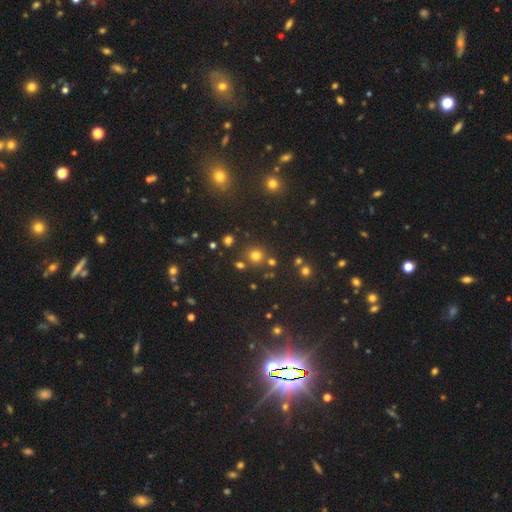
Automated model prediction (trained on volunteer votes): Q: Smooth or featured?
A: smooth (71%); runner-up: star or artifact (22%)
Q: How rounded?
A: round (91%); runner-up: in between (8%)
Q: Merging?
A: none (80%); runner-up: merger (9%)